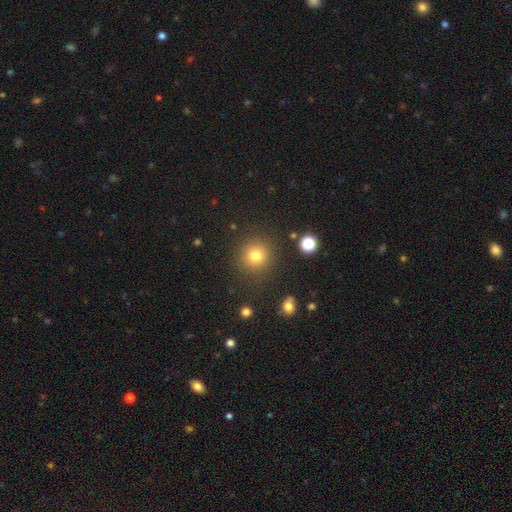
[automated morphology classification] Smooth or featured? Predicted: smooth (p=0.79). How rounded? Predicted: round (p=0.92). Merging? Predicted: none (p=0.88).